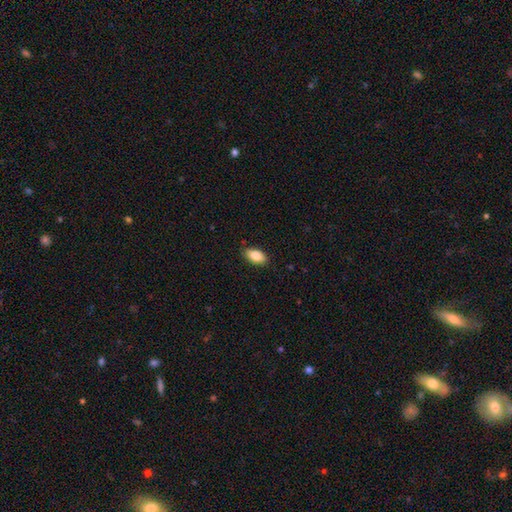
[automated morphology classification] smooth 86%, featured or disk 7%, star or artifact 7%. Down the decision tree: how rounded — in between (93%); merging — none (87%).